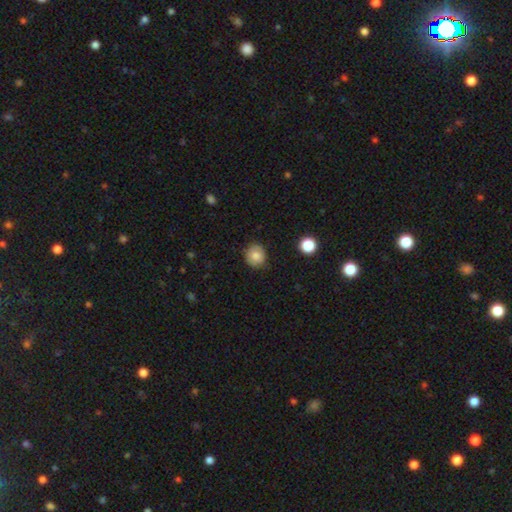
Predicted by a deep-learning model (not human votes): Smooth or featured?
  - smooth: 82% *
  - star or artifact: 9%
  - featured or disk: 9%
How rounded?
  - round: 86% *
  - in between: 13%
  - cigar-shaped: 1%
Merging?
  - none: 86% *
  - minor disturbance: 10%
  - major disturbance: 2%
  - merger: 1%